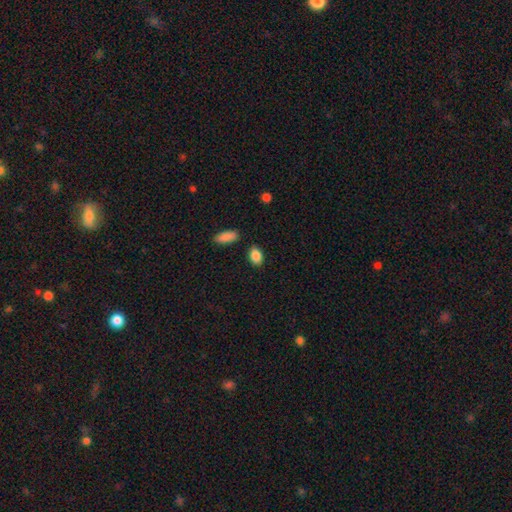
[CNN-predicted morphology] smooth 88%, star or artifact 7%, featured or disk 5%. Down the decision tree: how rounded — in between (85%); merging — none (85%).